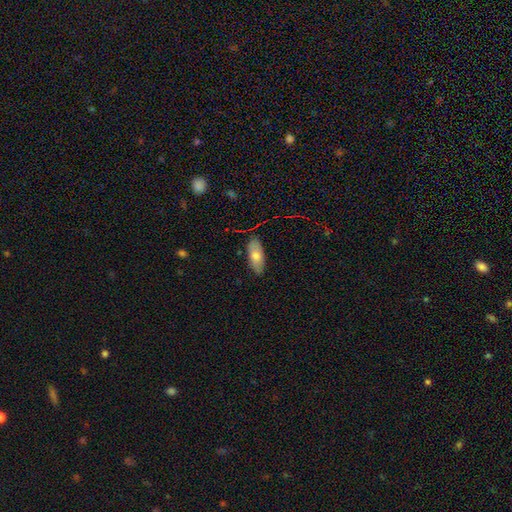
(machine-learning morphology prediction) smooth 72%, featured or disk 21%, star or artifact 7%. Down the decision tree: how rounded — in between (81%); merging — none (81%).